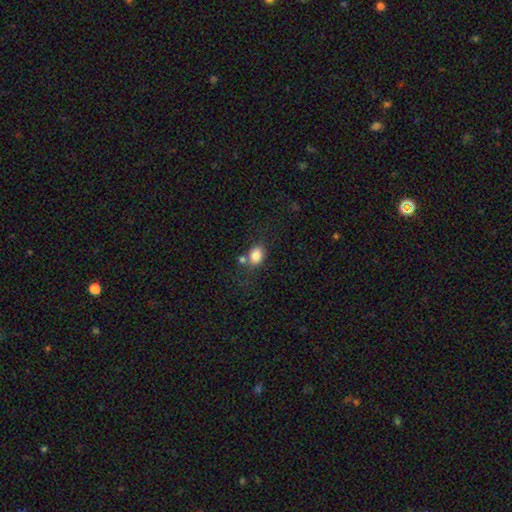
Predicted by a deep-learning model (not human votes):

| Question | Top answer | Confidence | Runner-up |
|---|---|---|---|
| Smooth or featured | smooth | 83% | star or artifact (10%) |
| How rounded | in between | 61% | round (37%) |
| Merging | none | 59% | merger (21%) |